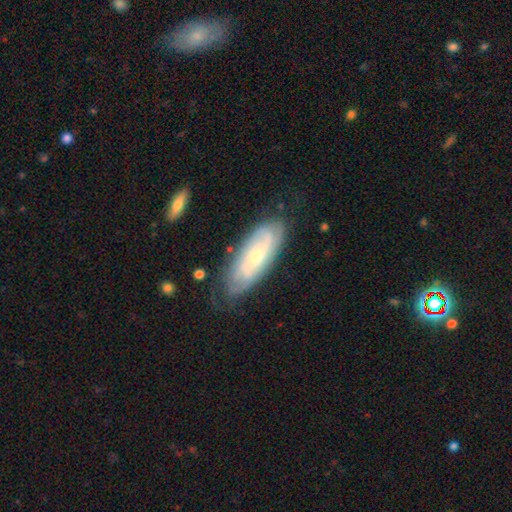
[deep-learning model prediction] Smooth or featured: featured or disk — 64% (smooth — 30%)
Edge-on disk: no — 87% (yes — 13%)
Bar: no — 71% (weak — 24%)
Spiral arms: yes — 83% (no — 17%)
Bulge size: small — 62% (moderate — 34%)
Merging: none — 71% (minor disturbance — 21%)